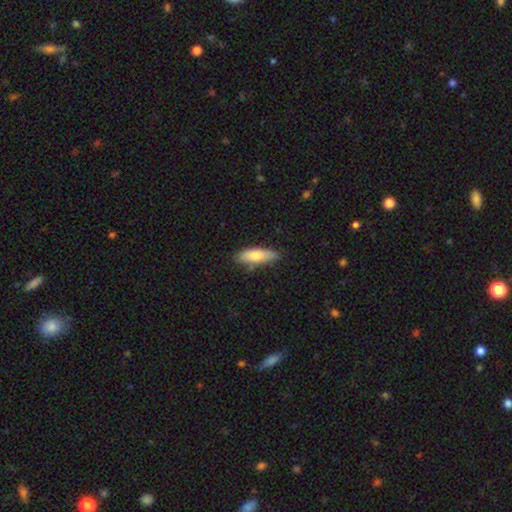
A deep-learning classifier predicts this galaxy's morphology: The model was most divided on "how rounded": in between: 53%, cigar-shaped: 45%, round: 2%. More confident: smooth or featured — smooth (77%); merging — none (76%).